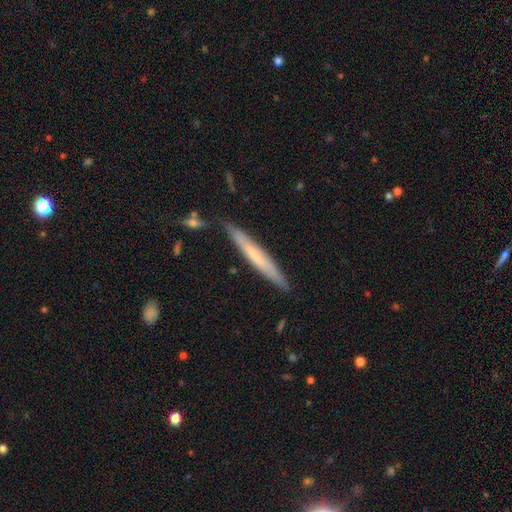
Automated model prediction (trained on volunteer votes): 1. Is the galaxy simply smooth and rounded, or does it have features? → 50% smooth, 44% featured or disk, 6% star or artifact.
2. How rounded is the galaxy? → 96% cigar-shaped, 3% in between, 1% round.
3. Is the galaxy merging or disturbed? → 85% none, 11% minor disturbance, 3% merger, 2% major disturbance.